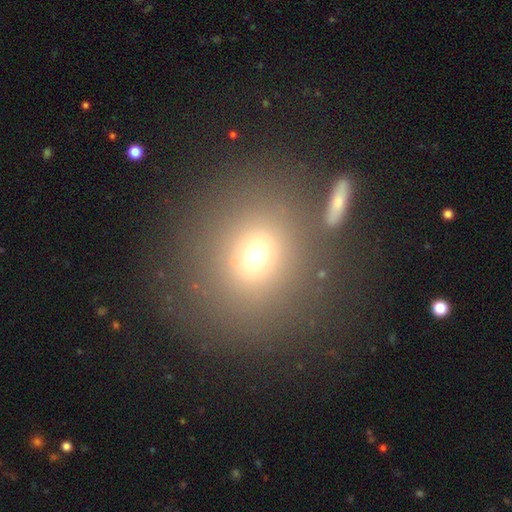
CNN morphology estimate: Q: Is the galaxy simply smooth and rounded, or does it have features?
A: smooth — 66%.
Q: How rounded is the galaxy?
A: round — 81%.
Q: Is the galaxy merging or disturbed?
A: none — 71%.